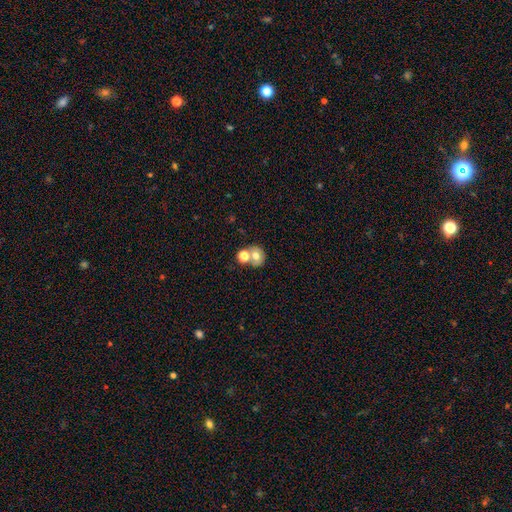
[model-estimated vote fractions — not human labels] smooth 64%, featured or disk 24%, star or artifact 12%. Down the decision tree: how rounded — round (72%); merging — merger (45%).